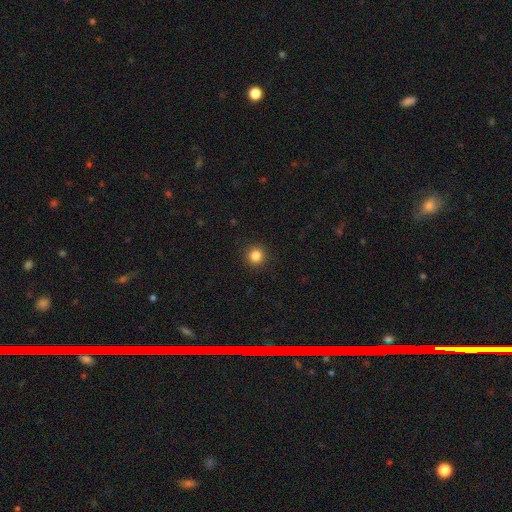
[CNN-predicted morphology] Overall: smooth (84%). How rounded: round (94%). Merging: none (92%).